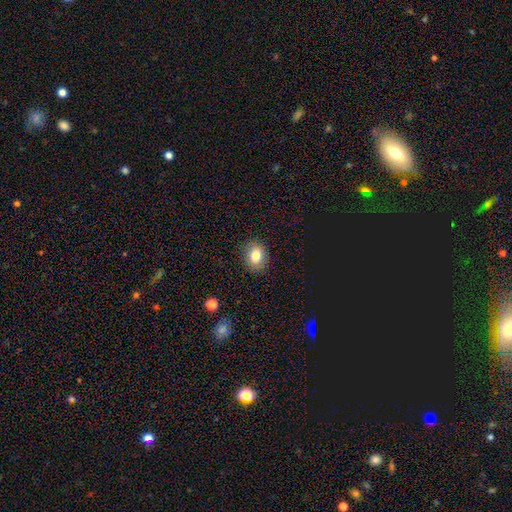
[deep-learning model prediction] smooth 82%, star or artifact 10%, featured or disk 8%. Down the decision tree: how rounded — in between (54%); merging — none (87%).